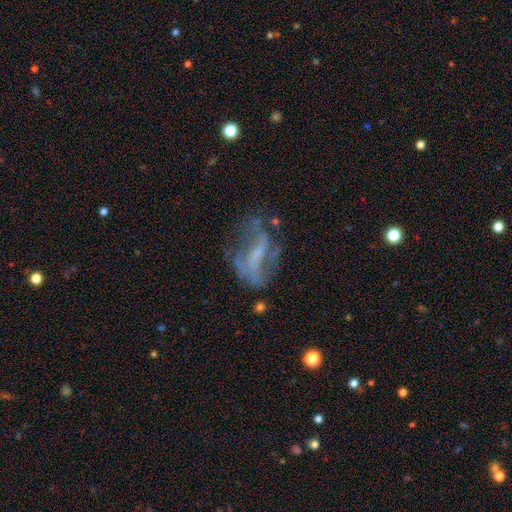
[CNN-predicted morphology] featured or disk 64%, smooth 22%, star or artifact 14%. Down the decision tree: edge-on disk — no (91%); bar — no (40%); spiral arms — no (53%); bulge size — small (42%); merging — none (45%).